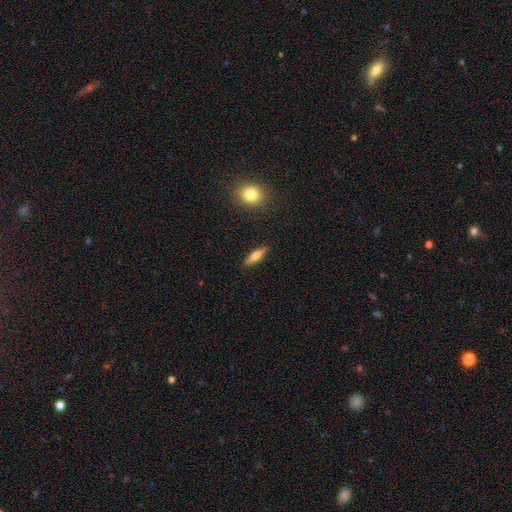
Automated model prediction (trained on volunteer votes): A smooth galaxy with no disk features (60%) that is cigar-shaped (62%). Merging: none (89%).